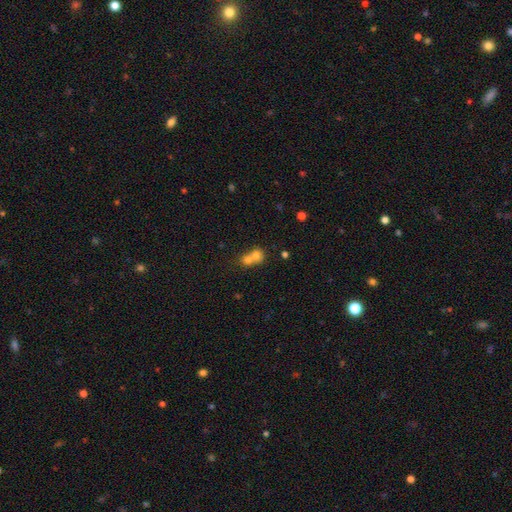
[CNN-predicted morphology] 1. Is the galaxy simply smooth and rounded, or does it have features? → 74% smooth, 14% featured or disk, 12% star or artifact.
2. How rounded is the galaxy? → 77% round, 22% in between, 1% cigar-shaped.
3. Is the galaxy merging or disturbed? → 65% merger, 28% none, 5% minor disturbance, 3% major disturbance.